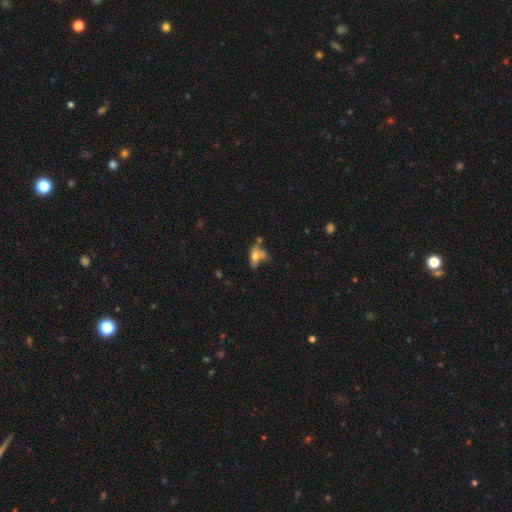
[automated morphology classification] Smooth or featured: smooth — 55% (featured or disk — 33%)
How rounded: in between — 78% (cigar-shaped — 15%)
Merging: merger — 35% (none — 34%)